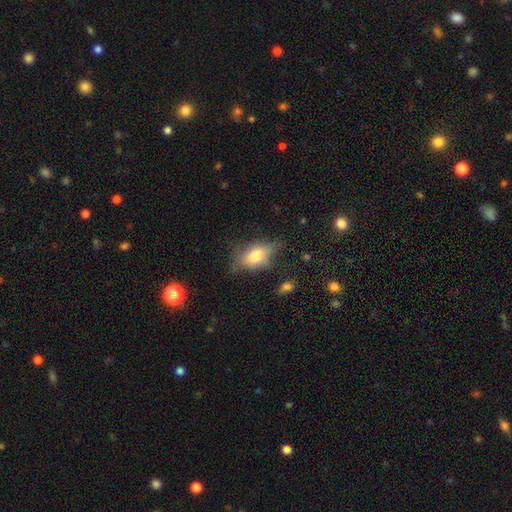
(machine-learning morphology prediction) This is likely a smooth galaxy (66%). How rounded: clearly in between (84%). Merging: possibly none (47%).